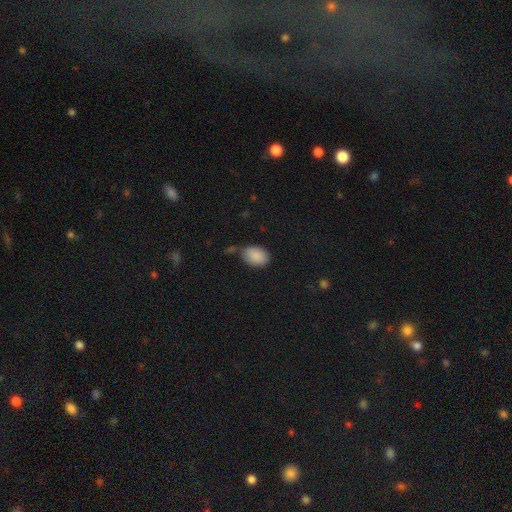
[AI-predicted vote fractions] Smooth or featured?
  - smooth: 88% *
  - star or artifact: 7%
  - featured or disk: 5%
How rounded?
  - in between: 81% *
  - round: 17%
  - cigar-shaped: 1%
Merging?
  - none: 62% *
  - minor disturbance: 23%
  - merger: 9%
  - major disturbance: 6%